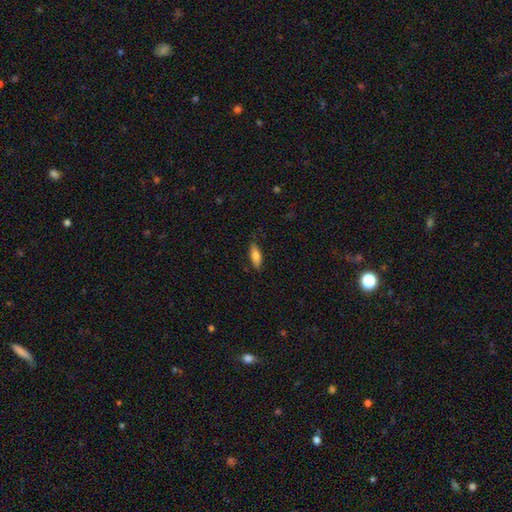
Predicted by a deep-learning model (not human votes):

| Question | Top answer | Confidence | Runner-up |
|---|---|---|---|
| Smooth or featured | smooth | 80% | featured or disk (14%) |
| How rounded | in between | 66% | cigar-shaped (32%) |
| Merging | none | 80% | minor disturbance (16%) |